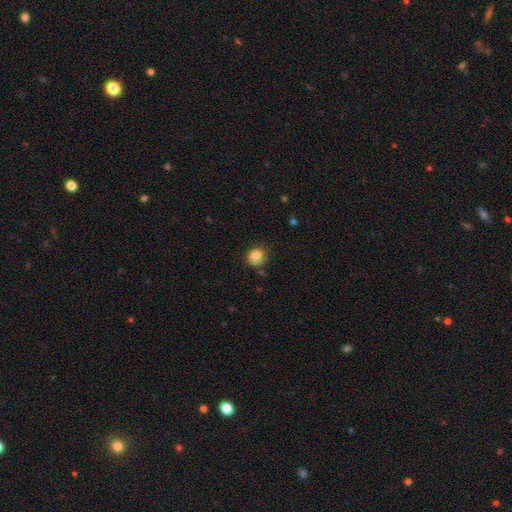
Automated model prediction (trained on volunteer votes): smooth_or_featured: smooth (p=0.83) [alt: star or artifact p=0.10]
how_rounded: round (p=0.79) [alt: in between p=0.20]
merging: none (p=0.68) [alt: minor disturbance p=0.23]